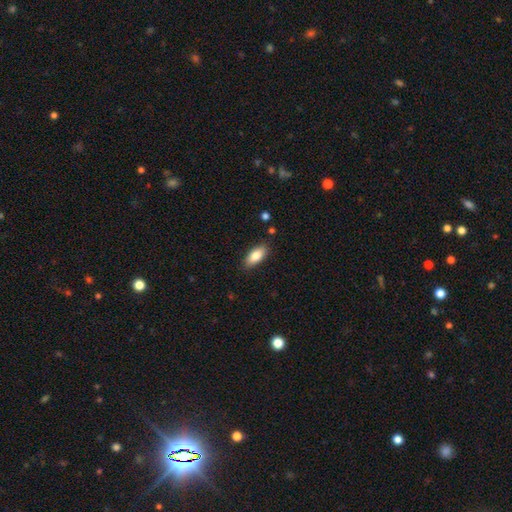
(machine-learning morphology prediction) The model was most divided on "smooth or featured": smooth: 84%, featured or disk: 9%, star or artifact: 7%. More confident: how rounded — in between (86%); merging — none (85%).